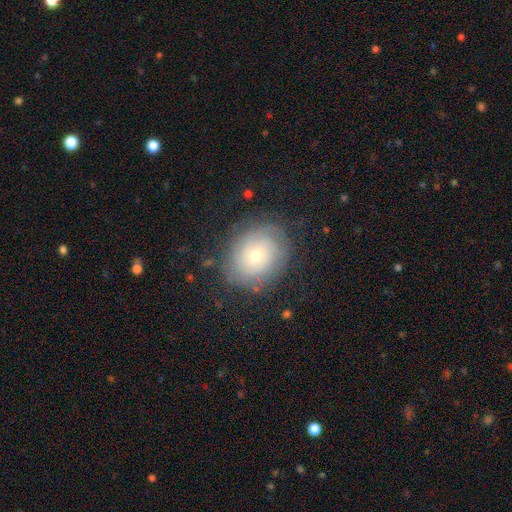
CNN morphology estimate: featured or disk 55%, smooth 35%, star or artifact 10%. Down the decision tree: edge-on disk — no (96%); bar — no (80%); spiral arms — yes (82%); bulge size — small (65%); merging — none (77%).